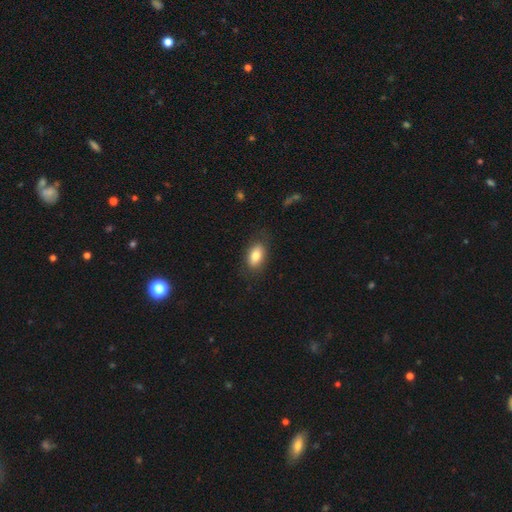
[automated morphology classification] The model was most divided on "merging": none: 81%, minor disturbance: 13%, major disturbance: 4%, merger: 1%. More confident: how rounded — in between (90%); smooth or featured — smooth (82%).